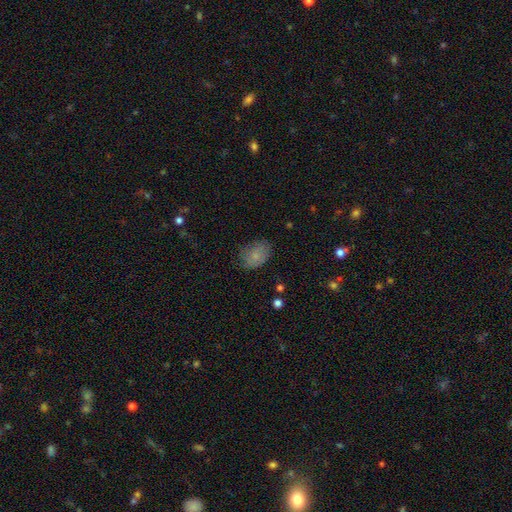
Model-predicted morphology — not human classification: smooth 75%, featured or disk 16%, star or artifact 9%. Down the decision tree: how rounded — in between (76%); merging — none (70%).